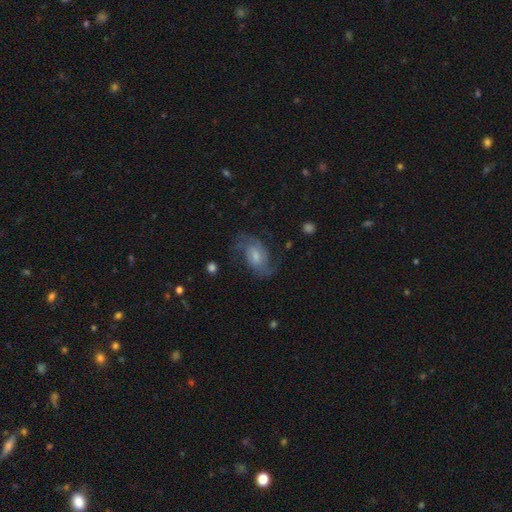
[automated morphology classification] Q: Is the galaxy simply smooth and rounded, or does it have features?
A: featured or disk — 81%.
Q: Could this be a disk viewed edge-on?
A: no — 97%.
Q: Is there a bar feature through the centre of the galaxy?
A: weak — 51%.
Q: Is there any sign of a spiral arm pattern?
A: yes — 96%.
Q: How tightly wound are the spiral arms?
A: medium — 52%.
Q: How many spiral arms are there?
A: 2 — 84%.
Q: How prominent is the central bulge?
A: moderate — 42%.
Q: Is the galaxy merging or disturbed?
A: none — 70%.